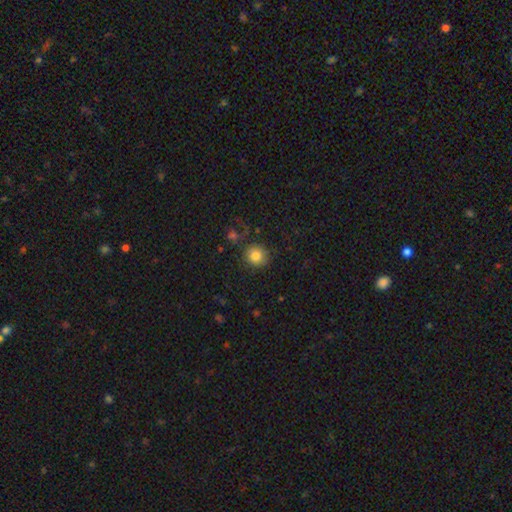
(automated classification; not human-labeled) smooth 83%, star or artifact 10%, featured or disk 7%. Down the decision tree: how rounded — round (90%); merging — none (82%).